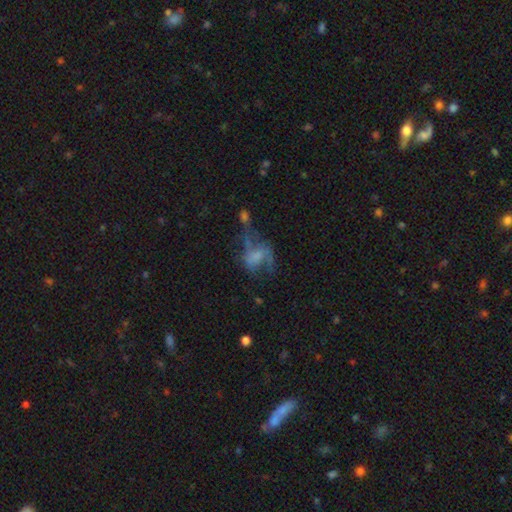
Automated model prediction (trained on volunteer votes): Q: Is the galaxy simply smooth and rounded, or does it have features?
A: featured or disk — 49%.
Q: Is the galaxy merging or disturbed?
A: major disturbance — 45%.